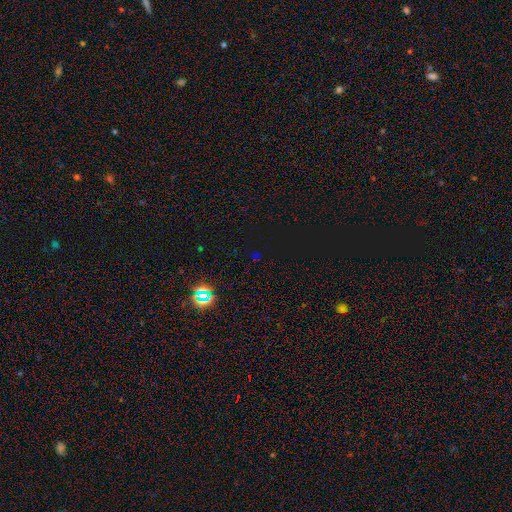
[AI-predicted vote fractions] Overall: star or artifact (75%).